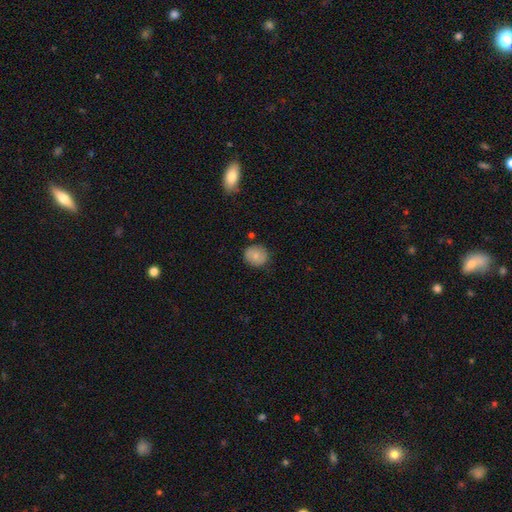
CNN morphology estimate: Smooth or featured? Predicted: smooth (p=0.80). How rounded? Predicted: round (p=0.82). Merging? Predicted: none (p=0.82).